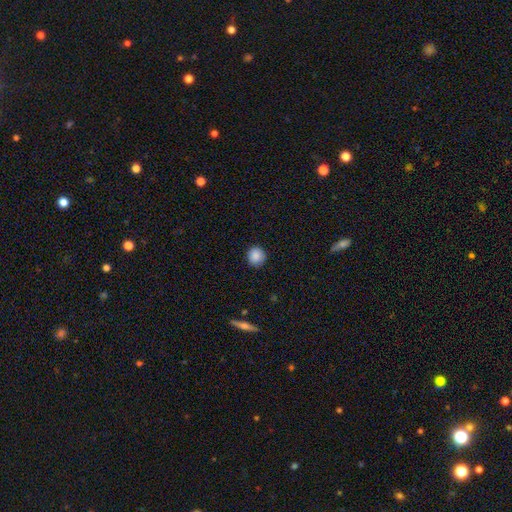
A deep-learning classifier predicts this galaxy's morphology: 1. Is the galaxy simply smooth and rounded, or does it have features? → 88% smooth, 9% star or artifact, 4% featured or disk.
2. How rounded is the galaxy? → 92% round, 7% in between, 1% cigar-shaped.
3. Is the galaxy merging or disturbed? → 89% none, 8% minor disturbance, 2% major disturbance, 1% merger.